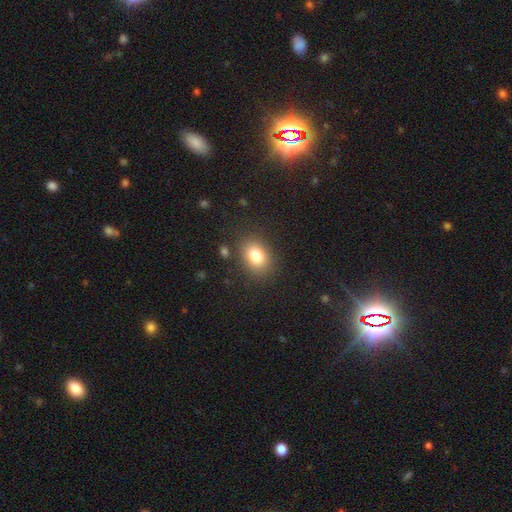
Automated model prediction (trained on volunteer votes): Morphology: type=smooth (80%); roundness=in between (65%); merging=none (83%).